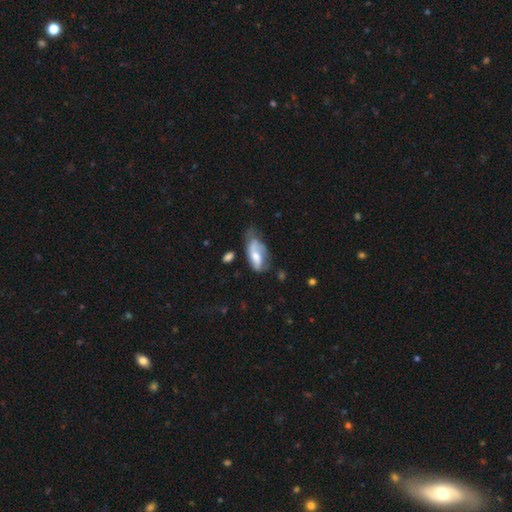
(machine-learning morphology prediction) smooth_or_featured: featured or disk (p=0.49) [alt: smooth p=0.44]
merging: minor disturbance (p=0.36) [alt: none p=0.31]